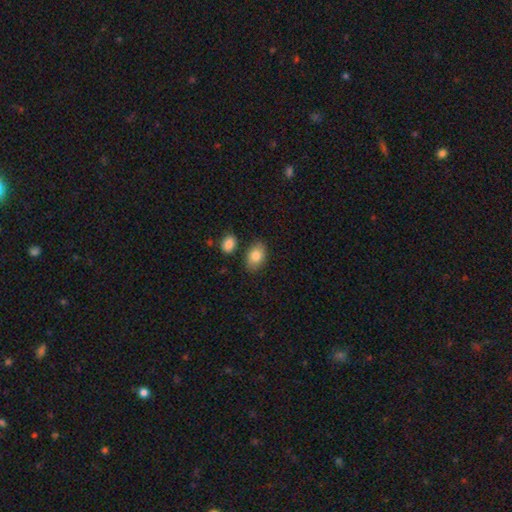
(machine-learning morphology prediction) smooth-or-featured: smooth: 84% | featured or disk: 9% | star or artifact: 7%
  how-rounded: in between: 85% | round: 14% | cigar-shaped: 1%
  merging: none: 78% | minor disturbance: 14% | merger: 5% | major disturbance: 3%